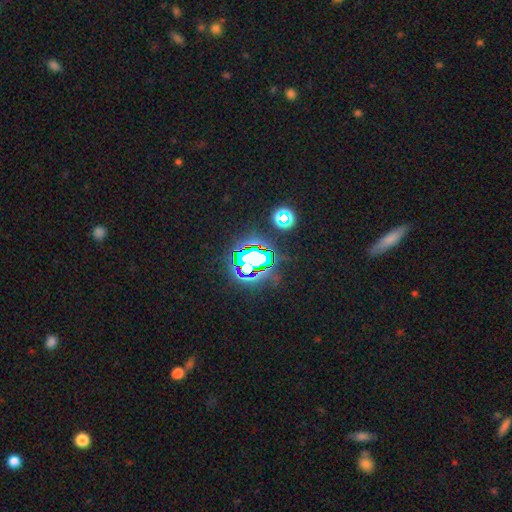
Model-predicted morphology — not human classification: The model was most divided on "smooth or featured": star or artifact: 65%, smooth: 19%, featured or disk: 16%.